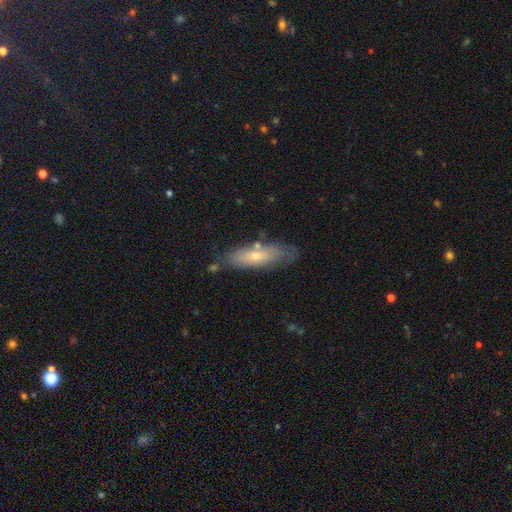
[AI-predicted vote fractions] Smooth or featured: smooth — 53% (featured or disk — 40%)
How rounded: cigar-shaped — 54% (in between — 44%)
Merging: none — 71% (minor disturbance — 19%)